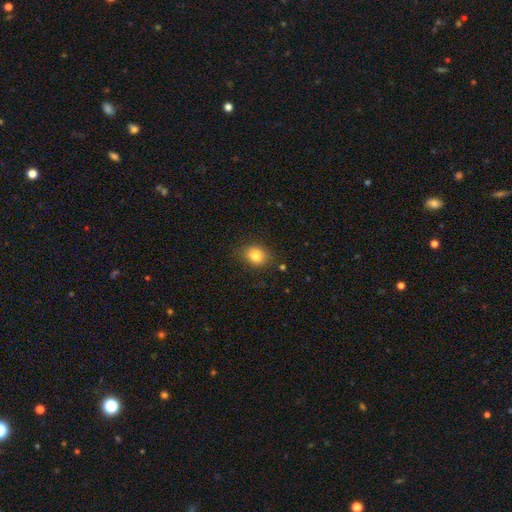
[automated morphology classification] A smooth galaxy with no disk features (82%) that is in between round and cigar-shaped (51%). Merging: none (82%).